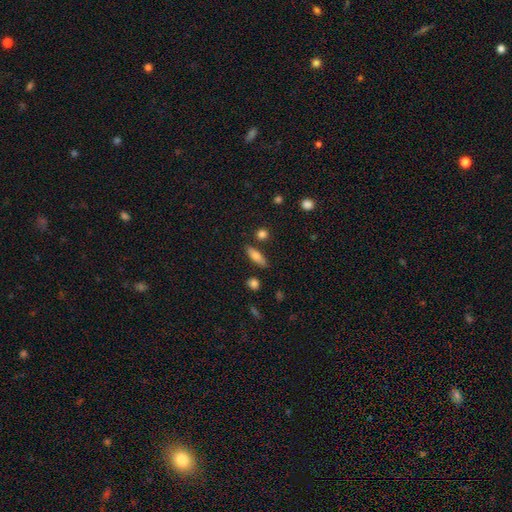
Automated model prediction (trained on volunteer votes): Q: Smooth or featured?
A: smooth (75%); runner-up: featured or disk (18%)
Q: How rounded?
A: cigar-shaped (50%); runner-up: in between (47%)
Q: Merging?
A: none (80%); runner-up: minor disturbance (12%)